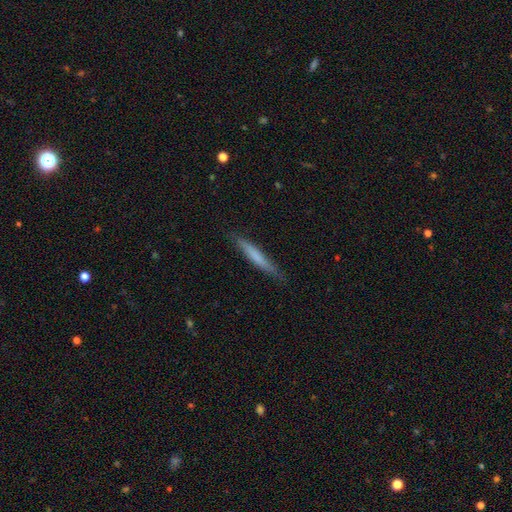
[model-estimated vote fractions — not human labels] smooth 65%, featured or disk 30%, star or artifact 6%. Down the decision tree: how rounded — cigar-shaped (95%); merging — none (82%).